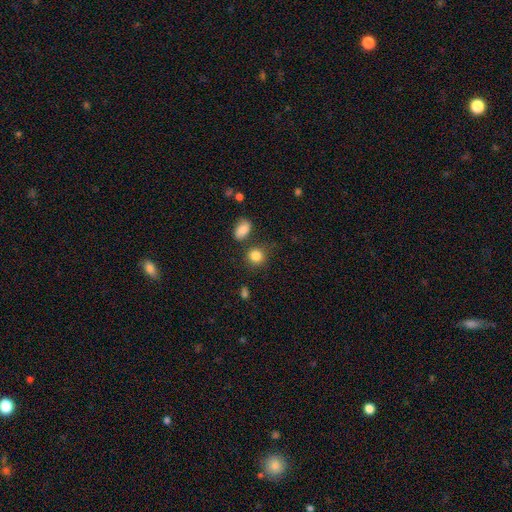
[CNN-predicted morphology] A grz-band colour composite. It shows a smooth galaxy with no disk features (85%) that is round (81%). Merging: none (75%).